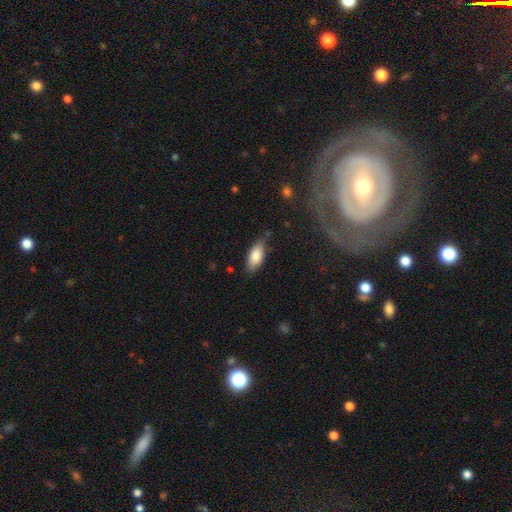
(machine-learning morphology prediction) Overall: smooth (83%). How rounded: in between (84%). Merging: none (77%).